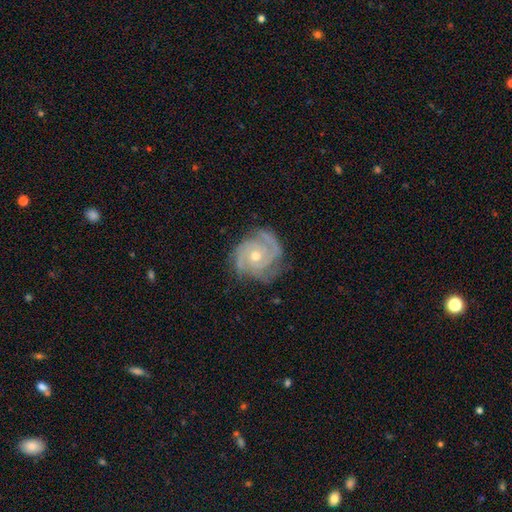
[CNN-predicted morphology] Smooth or featured?
  - featured or disk: 90% *
  - smooth: 5%
  - star or artifact: 5%
Edge-on disk?
  - no: 98% *
  - yes: 2%
Bar?
  - no: 75% *
  - weak: 20%
  - strong: 5%
Spiral arms?
  - yes: 98% *
  - no: 2%
Spiral winding?
  - tight: 67% *
  - medium: 29%
  - loose: 4%
Spiral arm count?
  - 3: 51% *
  - 2: 19%
  - 4: 10%
  - can't tell: 10%
  - 1: 5%
  - more than 4: 5%
Bulge size?
  - moderate: 59% *
  - small: 38%
  - large: 1%
  - none: 1%
  - dominant: 1%
Merging?
  - none: 76% *
  - minor disturbance: 18%
  - major disturbance: 5%
  - merger: 1%